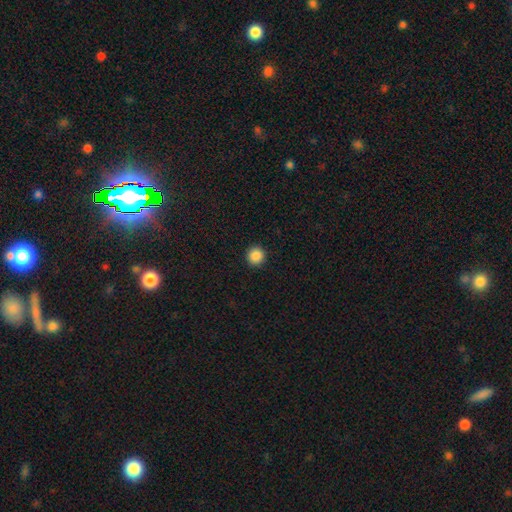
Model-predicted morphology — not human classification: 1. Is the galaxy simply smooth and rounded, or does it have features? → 88% smooth, 10% star or artifact, 3% featured or disk.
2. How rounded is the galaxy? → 95% round, 4% in between, 1% cigar-shaped.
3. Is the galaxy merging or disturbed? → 93% none, 4% minor disturbance, 2% major disturbance, 1% merger.